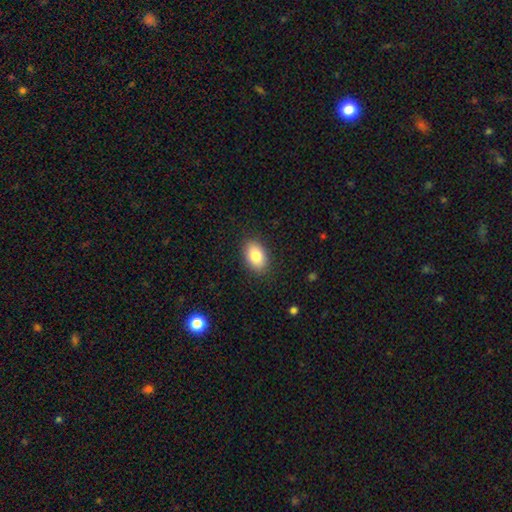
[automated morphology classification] Smooth or featured?
  - smooth: 85% *
  - featured or disk: 8%
  - star or artifact: 7%
How rounded?
  - in between: 91% *
  - round: 8%
  - cigar-shaped: 1%
Merging?
  - none: 87% *
  - minor disturbance: 9%
  - major disturbance: 2%
  - merger: 1%